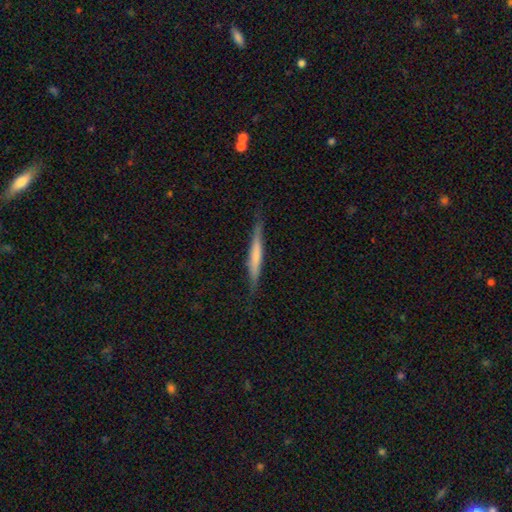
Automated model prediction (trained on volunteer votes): smooth-or-featured: smooth: 50% | featured or disk: 44% | star or artifact: 6%
  how-rounded: cigar-shaped: 95% | in between: 3% | round: 1%
  merging: none: 86% | minor disturbance: 11% | major disturbance: 2% | merger: 1%